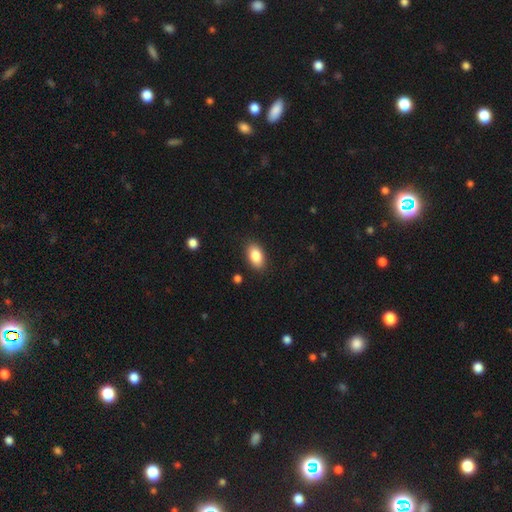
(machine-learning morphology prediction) Q: Smooth or featured?
A: smooth (86%); runner-up: star or artifact (7%)
Q: How rounded?
A: in between (91%); runner-up: round (6%)
Q: Merging?
A: none (87%); runner-up: minor disturbance (10%)